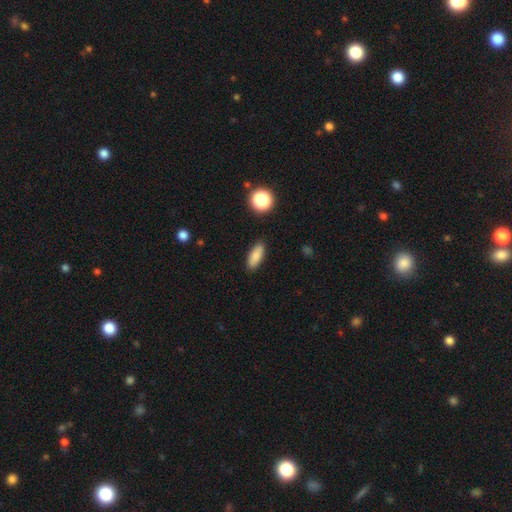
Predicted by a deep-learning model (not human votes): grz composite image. It shows a smooth galaxy with no disk features (85%) that is in between round and cigar-shaped (74%). Merging: none (88%).